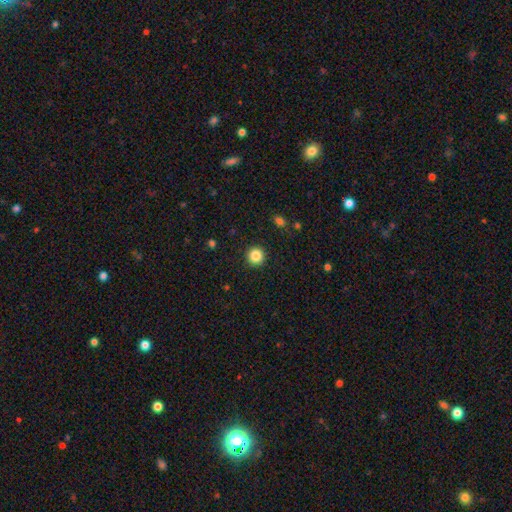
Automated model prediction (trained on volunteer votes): Smooth or featured? smooth (86%)
How rounded? round (95%)
Merging? none (92%)